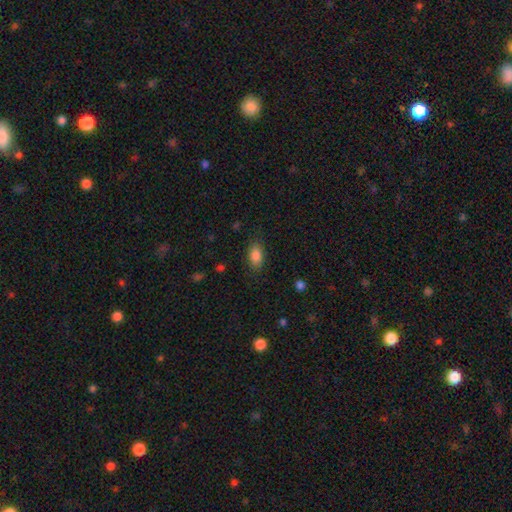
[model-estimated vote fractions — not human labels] A smooth galaxy with no disk features (85%) that is in between round and cigar-shaped (89%).

Vote fractions:
- Smooth or featured? smooth: 85% / star or artifact: 8% / featured or disk: 6%
- How rounded? in between: 89% / round: 7% / cigar-shaped: 4%
- Merging? none: 82% / minor disturbance: 13% / major disturbance: 4% / merger: 1%